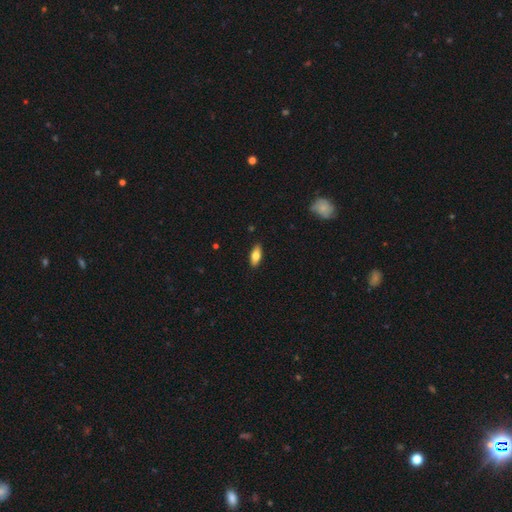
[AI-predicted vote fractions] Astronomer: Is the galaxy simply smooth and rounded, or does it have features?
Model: smooth — 77%.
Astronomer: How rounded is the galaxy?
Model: in between — 80%.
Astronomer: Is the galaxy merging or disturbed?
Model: none — 89%.